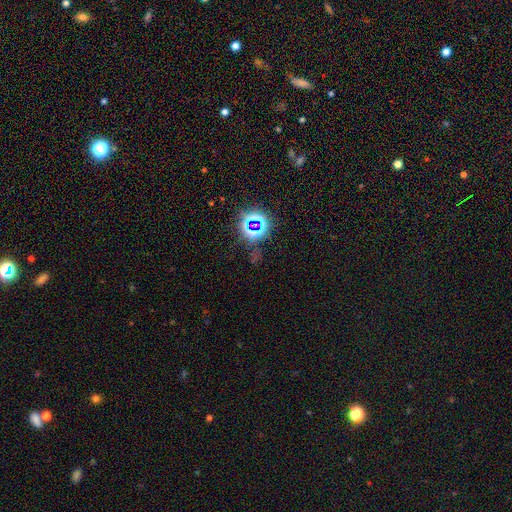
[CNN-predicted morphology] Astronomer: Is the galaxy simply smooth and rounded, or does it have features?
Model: star or artifact — 77%.